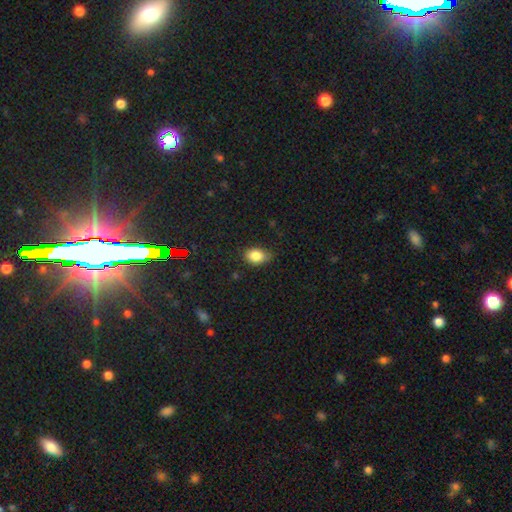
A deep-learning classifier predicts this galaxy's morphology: Smooth or featured? smooth (84%)
How rounded? in between (78%)
Merging? none (67%)